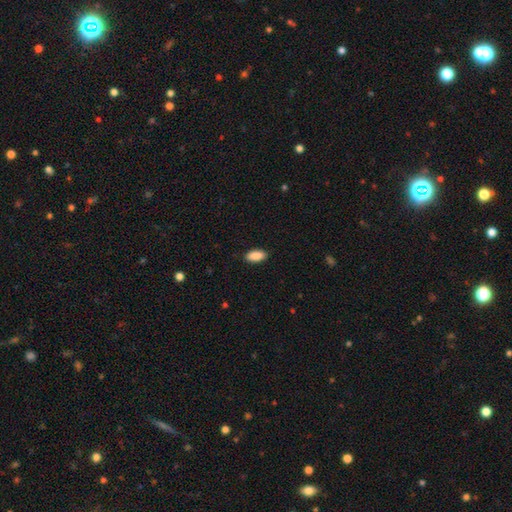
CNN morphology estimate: smooth-or-featured: smooth: 89% | star or artifact: 6% | featured or disk: 4%
  how-rounded: in between: 90% | cigar-shaped: 8% | round: 2%
  merging: none: 89% | minor disturbance: 8% | major disturbance: 2% | merger: 1%